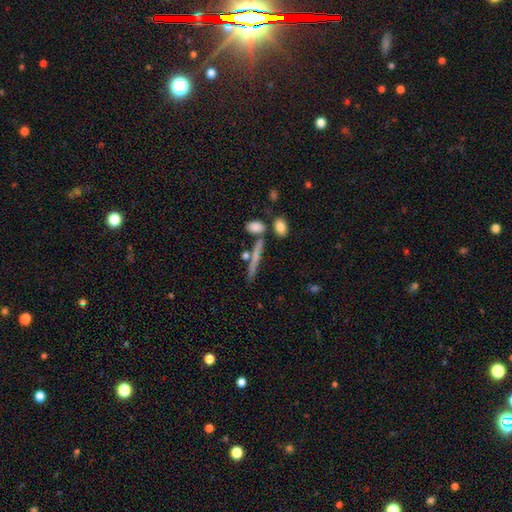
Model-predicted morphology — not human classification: Smooth or featured? smooth (50%)
Merging? none (67%)